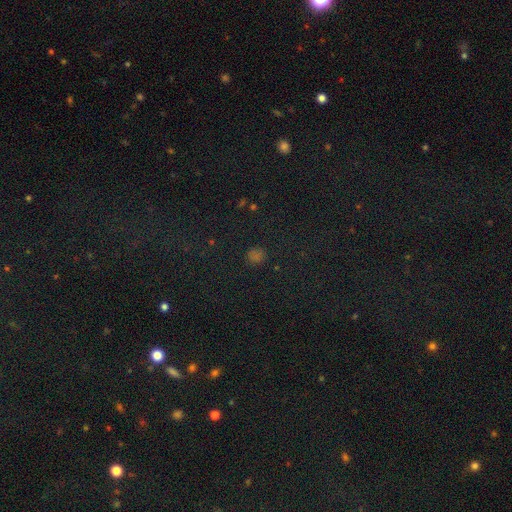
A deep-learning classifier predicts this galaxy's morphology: Smooth or featured: smooth — 53% (star or artifact — 41%)
How rounded: round — 82% (in between — 17%)
Merging: none — 85% (minor disturbance — 9%)